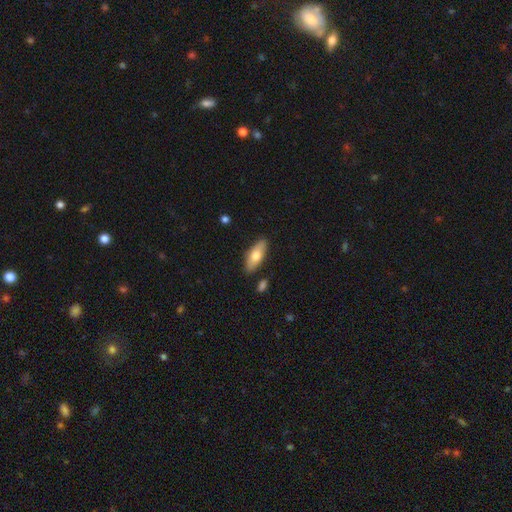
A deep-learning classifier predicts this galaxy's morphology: Overall: smooth (68%). How rounded: in between (71%). Merging: none (85%).